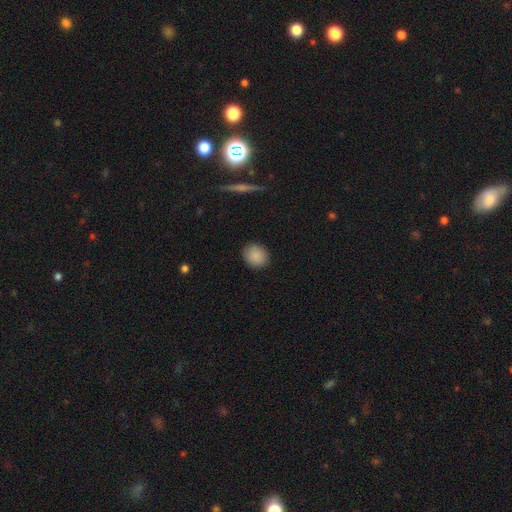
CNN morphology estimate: The model was most divided on "how rounded": round: 73%, in between: 26%, cigar-shaped: 1%. More confident: merging — none (90%); smooth or featured — smooth (88%).